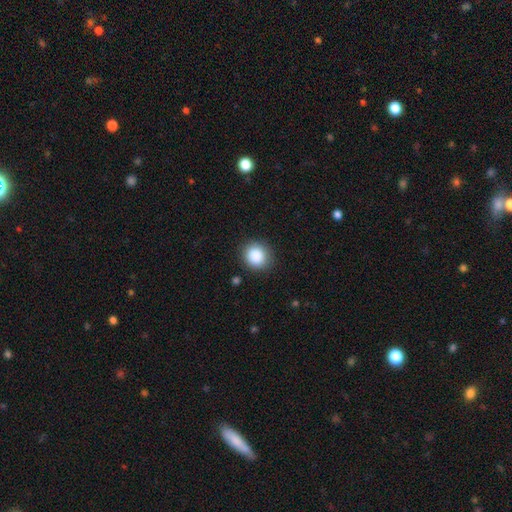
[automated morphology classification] Overall: smooth (88%). How rounded: round (85%). Merging: none (87%).